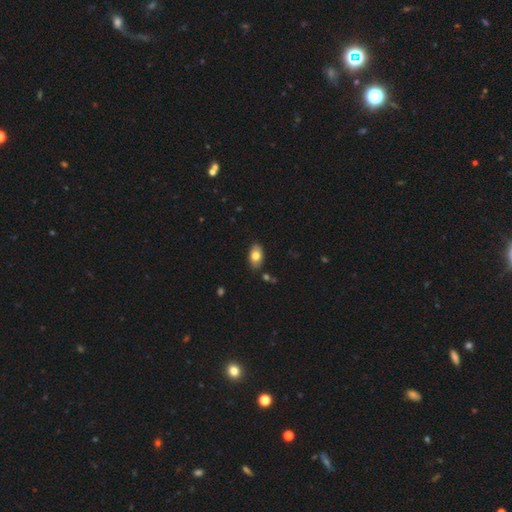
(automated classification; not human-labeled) Smooth or featured?
  - smooth: 77% *
  - featured or disk: 15%
  - star or artifact: 7%
How rounded?
  - in between: 92% *
  - round: 7%
  - cigar-shaped: 2%
Merging?
  - none: 84% *
  - minor disturbance: 11%
  - merger: 2%
  - major disturbance: 2%